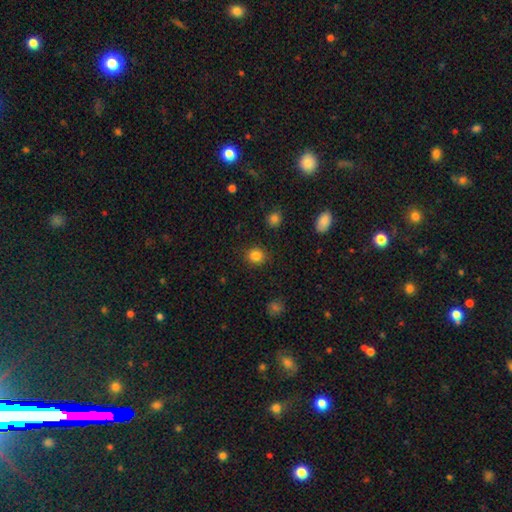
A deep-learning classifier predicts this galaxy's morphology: Smooth or featured: smooth — 85% (star or artifact — 11%)
How rounded: round — 79% (in between — 20%)
Merging: none — 89% (minor disturbance — 7%)